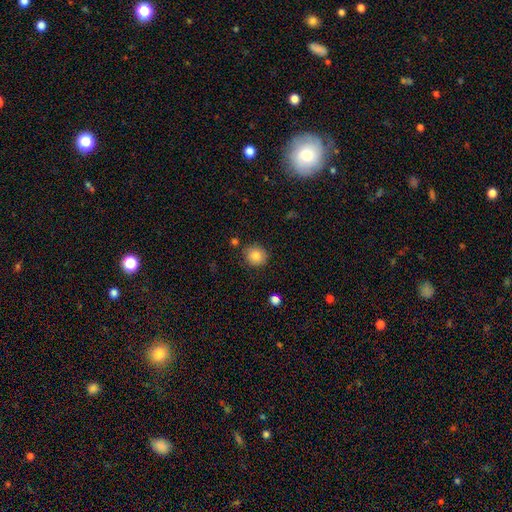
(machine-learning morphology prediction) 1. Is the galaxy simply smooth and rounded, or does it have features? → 83% smooth, 9% star or artifact, 7% featured or disk.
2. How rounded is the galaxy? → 88% round, 11% in between, 1% cigar-shaped.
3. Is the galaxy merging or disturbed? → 84% none, 10% minor disturbance, 3% merger, 3% major disturbance.